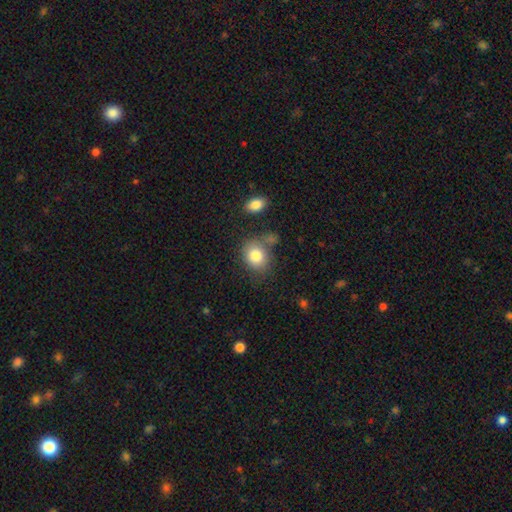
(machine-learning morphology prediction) smooth 82%, star or artifact 9%, featured or disk 9%. Down the decision tree: how rounded — round (58%); merging — none (63%).